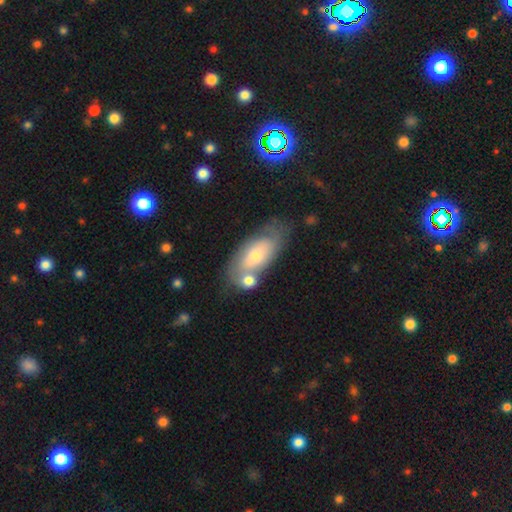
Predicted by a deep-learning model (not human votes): This is possibly a smooth galaxy (53%). How rounded: clearly in between (86%). Merging: possibly none (48%).